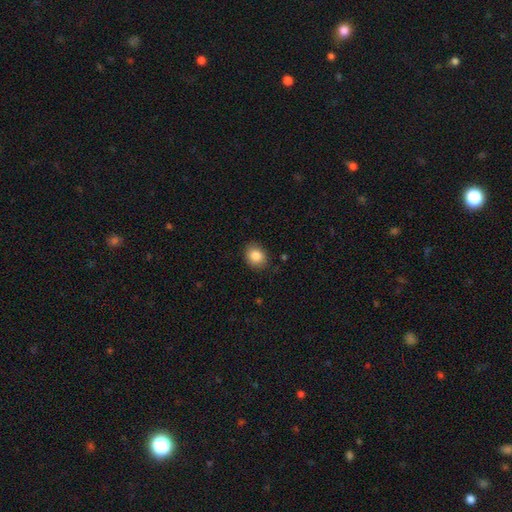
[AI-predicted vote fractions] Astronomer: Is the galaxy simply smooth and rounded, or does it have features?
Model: smooth — 86%.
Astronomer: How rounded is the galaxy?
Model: round — 52% (runner-up: in between, 48%).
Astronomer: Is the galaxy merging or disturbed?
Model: none — 85%.